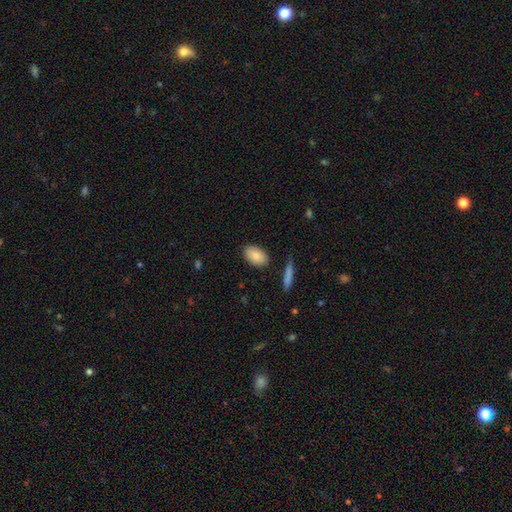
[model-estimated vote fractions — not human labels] Q: Smooth or featured?
A: smooth (87%); runner-up: featured or disk (6%)
Q: How rounded?
A: in between (92%); runner-up: round (6%)
Q: Merging?
A: none (84%); runner-up: minor disturbance (10%)